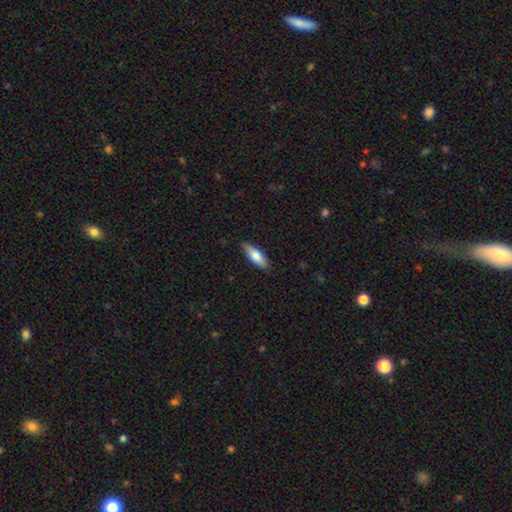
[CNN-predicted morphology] The model was most divided on "how rounded": in between: 54%, cigar-shaped: 44%, round: 2%. More confident: merging — none (86%); smooth or featured — smooth (70%).